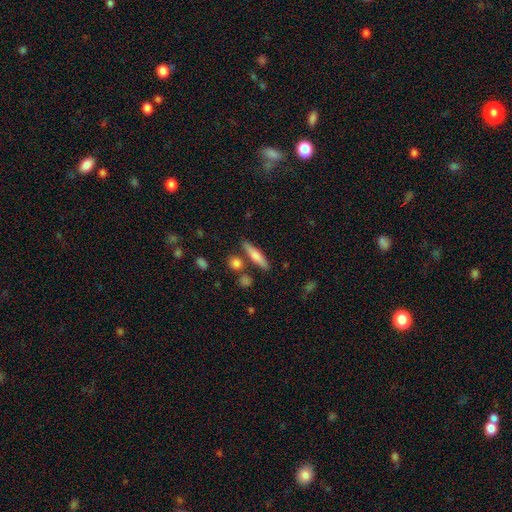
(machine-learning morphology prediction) The model was most divided on "smooth or featured": smooth: 67%, featured or disk: 27%, star or artifact: 7%. More confident: how rounded — cigar-shaped (79%); merging — none (79%).